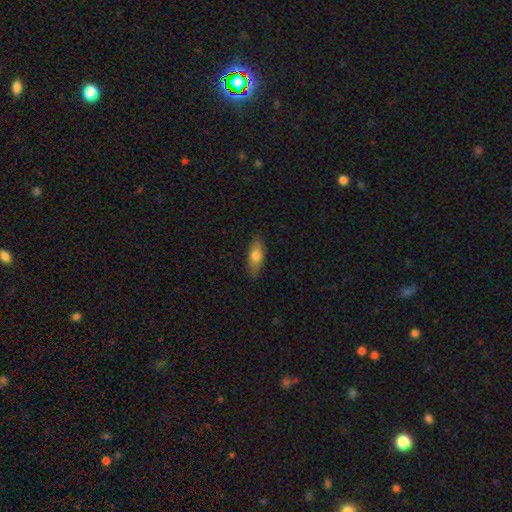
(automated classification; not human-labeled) Q: Smooth or featured?
A: smooth (72%); runner-up: featured or disk (21%)
Q: How rounded?
A: in between (75%); runner-up: cigar-shaped (22%)
Q: Merging?
A: none (85%); runner-up: minor disturbance (12%)